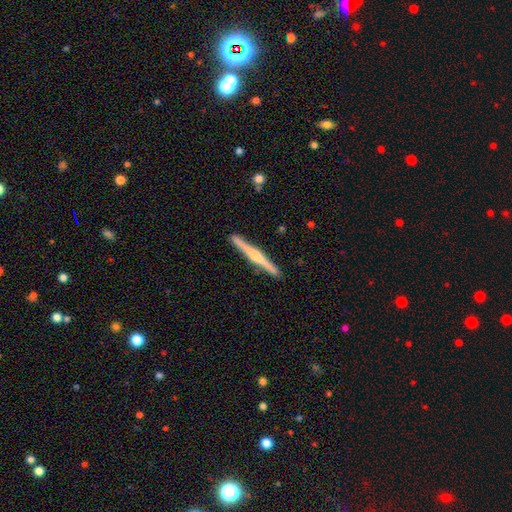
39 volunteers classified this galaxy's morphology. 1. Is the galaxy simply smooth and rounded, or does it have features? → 85% featured or disk, 15% smooth, 0% star or artifact.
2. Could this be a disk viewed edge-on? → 100% yes, 0% no.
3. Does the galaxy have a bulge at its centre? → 85% rounded, 15% boxy, 0% none.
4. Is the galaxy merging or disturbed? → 92% none, 5% minor disturbance, 3% merger, 0% major disturbance.